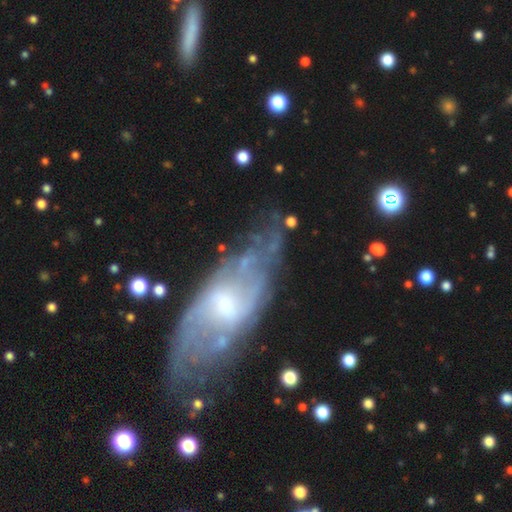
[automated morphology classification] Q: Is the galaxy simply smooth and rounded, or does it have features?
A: featured or disk — 72%.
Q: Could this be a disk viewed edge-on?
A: no — 79%.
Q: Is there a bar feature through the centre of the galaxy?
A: no — 45%.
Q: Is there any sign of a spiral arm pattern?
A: yes — 77%.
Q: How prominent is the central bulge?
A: small — 49%.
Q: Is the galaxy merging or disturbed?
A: none — 71%.